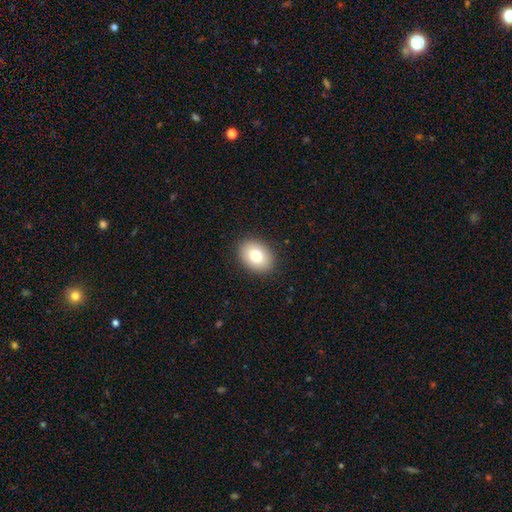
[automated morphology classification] Q: Smooth or featured?
A: smooth (81%); runner-up: featured or disk (10%)
Q: How rounded?
A: in between (70%); runner-up: round (29%)
Q: Merging?
A: none (89%); runner-up: minor disturbance (8%)